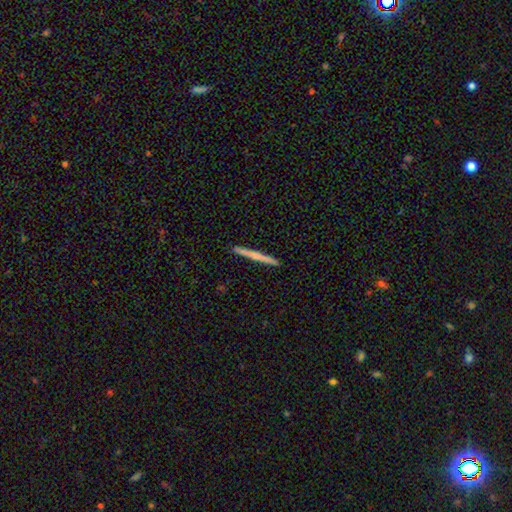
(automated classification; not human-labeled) This is possibly a smooth galaxy (51%). How rounded: clearly cigar-shaped (96%). Merging: clearly none (93%).